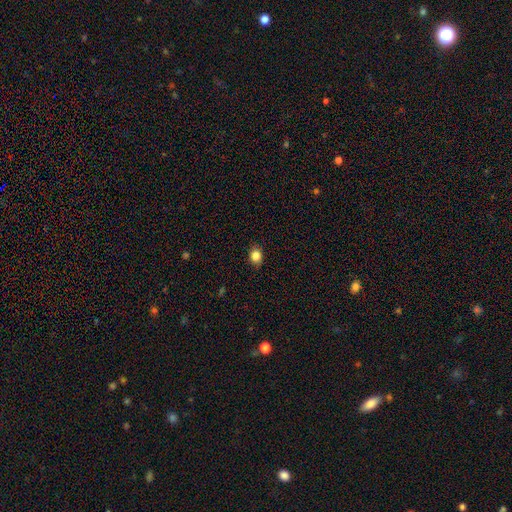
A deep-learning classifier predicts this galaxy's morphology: Smooth or featured? Predicted: smooth (p=0.85). How rounded? Predicted: in between (p=0.51). Merging? Predicted: none (p=0.87).